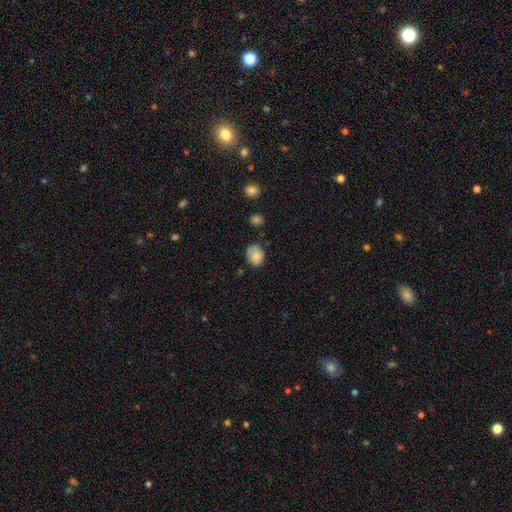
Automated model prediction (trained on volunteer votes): smooth-or-featured: smooth: 81% | featured or disk: 11% | star or artifact: 8%
  how-rounded: in between: 55% | round: 44% | cigar-shaped: 1%
  merging: none: 68% | minor disturbance: 25% | major disturbance: 5% | merger: 2%